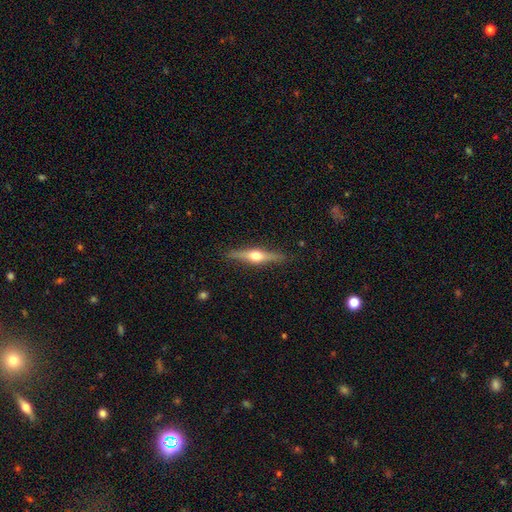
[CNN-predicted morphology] smooth_or_featured: featured or disk (p=0.71) [alt: smooth p=0.24]
disk_edge_on: yes (p=0.97) [alt: no p=0.03]
edge_on_bulge: rounded (p=0.95) [alt: boxy p=0.03]
merging: none (p=0.89) [alt: minor disturbance p=0.08]